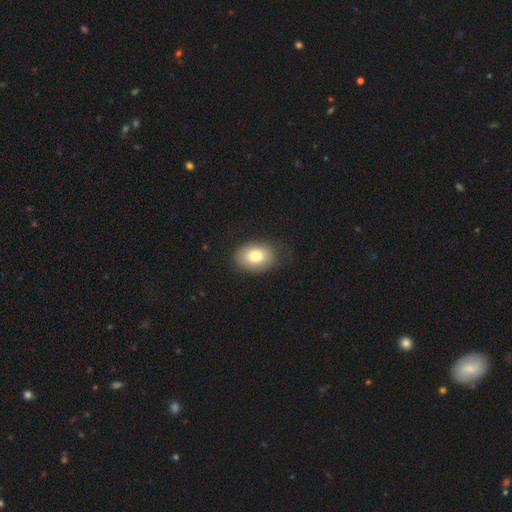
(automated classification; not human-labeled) Smooth or featured: smooth — 78% (featured or disk — 14%)
How rounded: in between — 77% (round — 22%)
Merging: none — 80% (minor disturbance — 15%)